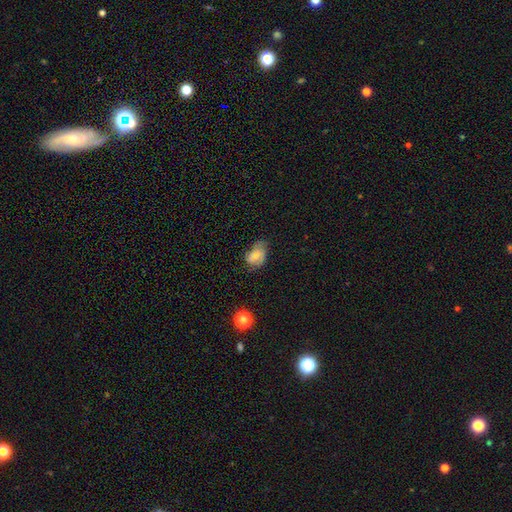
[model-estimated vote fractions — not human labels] smooth-or-featured: smooth: 64% | featured or disk: 26% | star or artifact: 10%
  how-rounded: in between: 77% | round: 21% | cigar-shaped: 1%
  merging: none: 42% | minor disturbance: 38% | major disturbance: 17% | merger: 2%